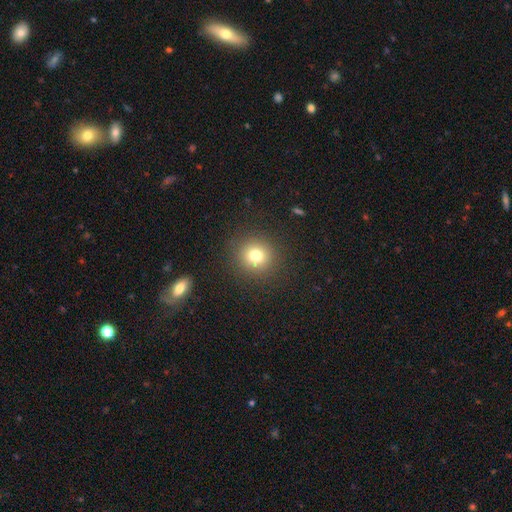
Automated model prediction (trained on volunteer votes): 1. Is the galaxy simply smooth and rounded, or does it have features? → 76% smooth, 15% star or artifact, 9% featured or disk.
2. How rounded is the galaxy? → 92% round, 7% in between, 1% cigar-shaped.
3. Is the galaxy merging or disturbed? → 89% none, 6% minor disturbance, 3% major disturbance, 1% merger.